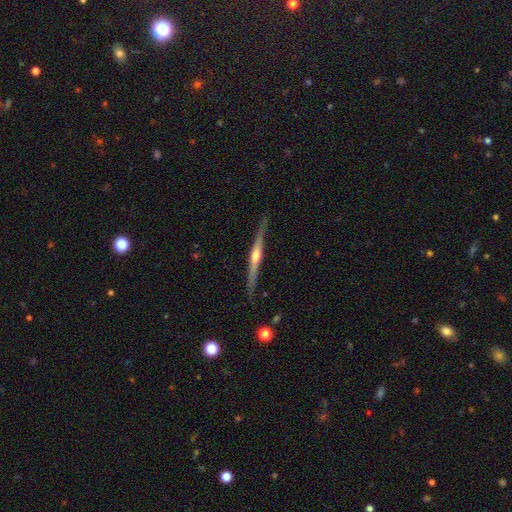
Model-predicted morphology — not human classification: A featured or disk galaxy (78%) viewed edge-on (98%) with a rounded central bulge (86%). Merging: none (87%).